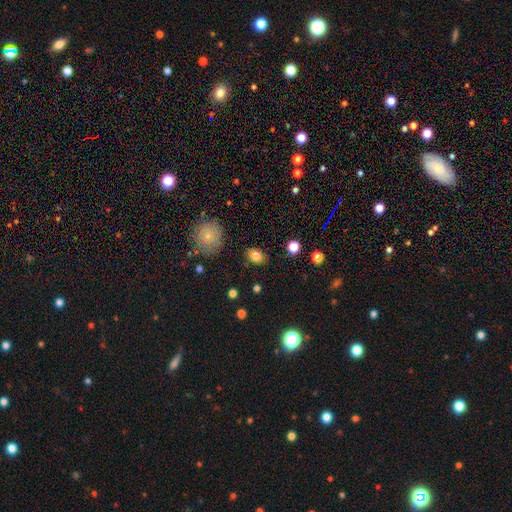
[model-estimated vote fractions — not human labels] The model was most divided on "how rounded": in between: 64%, round: 35%, cigar-shaped: 1%. More confident: merging — none (84%); smooth or featured — smooth (81%).